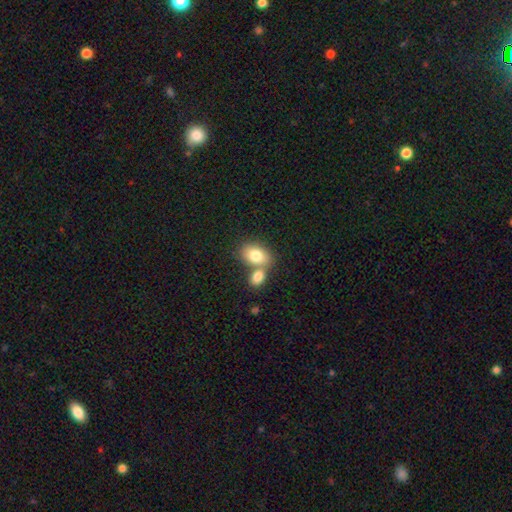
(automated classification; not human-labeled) A smooth galaxy with no disk features (81%) that is in between round and cigar-shaped (81%). Merging: merger (46%).